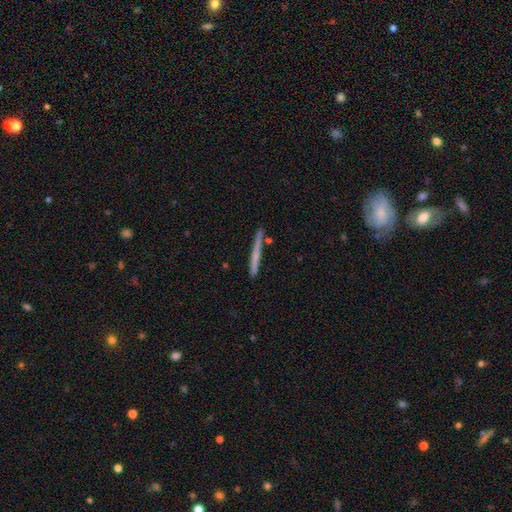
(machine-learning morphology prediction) type=smooth (52%); roundness=cigar-shaped (97%); merging=none (87%).